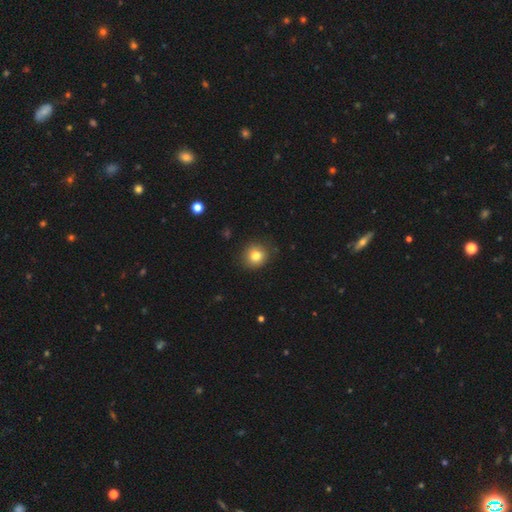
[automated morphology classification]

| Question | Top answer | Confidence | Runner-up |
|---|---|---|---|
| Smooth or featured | smooth | 81% | star or artifact (11%) |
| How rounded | round | 86% | in between (13%) |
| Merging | none | 86% | minor disturbance (11%) |